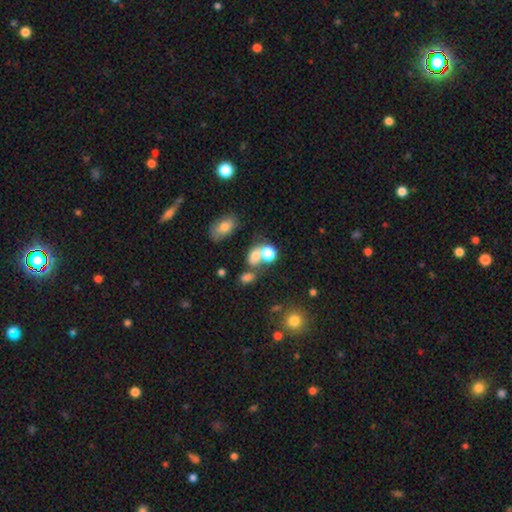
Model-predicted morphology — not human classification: Smooth or featured? smooth (68%)
How rounded? in between (51%)
Merging? merger (43%)